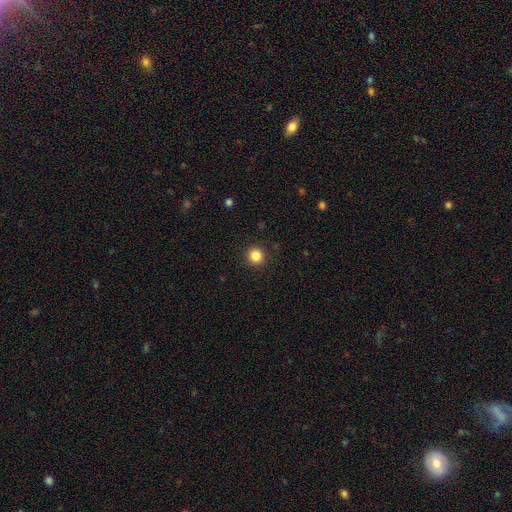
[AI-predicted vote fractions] smooth-or-featured: smooth: 85% | star or artifact: 11% | featured or disk: 4%
  how-rounded: round: 94% | in between: 5% | cigar-shaped: 1%
  merging: none: 92% | minor disturbance: 5% | major disturbance: 2% | merger: 1%